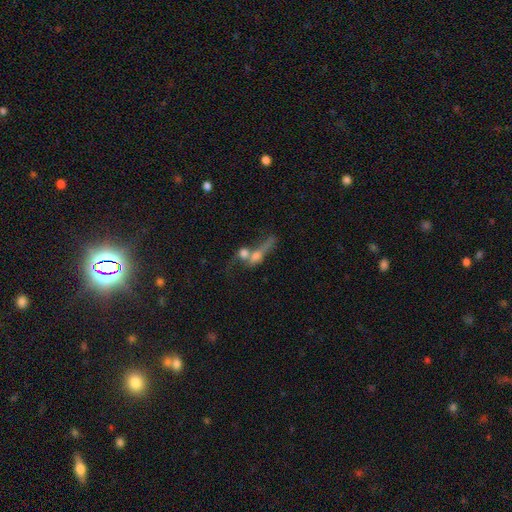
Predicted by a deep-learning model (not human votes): Overall: featured or disk (44%; smooth 41%). Merging: merger (59%).